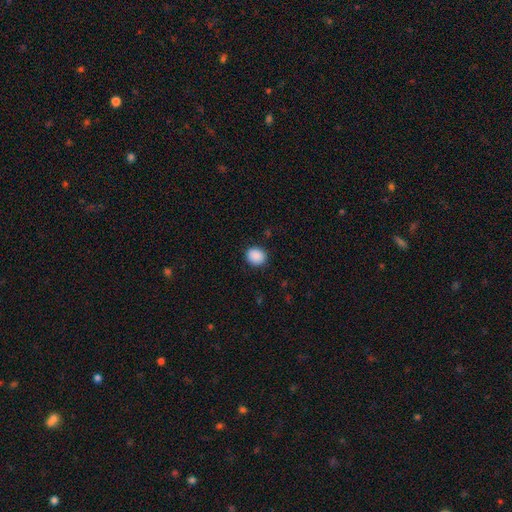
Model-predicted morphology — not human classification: smooth 89%, star or artifact 8%, featured or disk 3%. Down the decision tree: how rounded — round (74%); merging — none (88%).